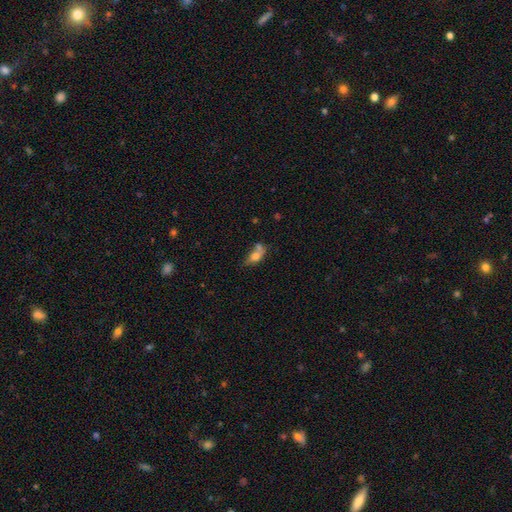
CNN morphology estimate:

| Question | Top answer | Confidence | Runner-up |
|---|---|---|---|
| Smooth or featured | smooth | 63% | featured or disk (26%) |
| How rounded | in between | 72% | round (15%) |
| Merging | merger | 40% | none (31%) |